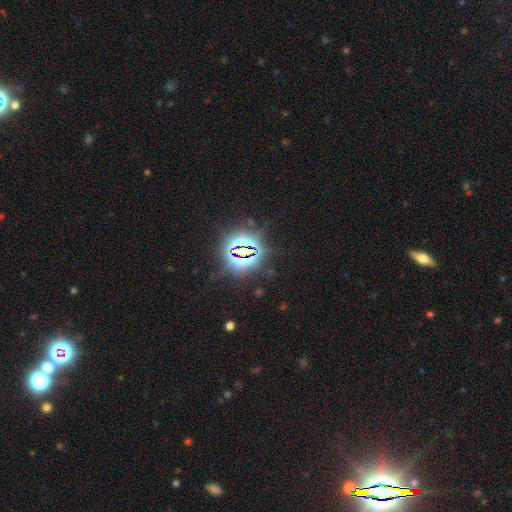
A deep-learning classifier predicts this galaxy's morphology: This appears to be a star or artifact, not a galaxy (81%).